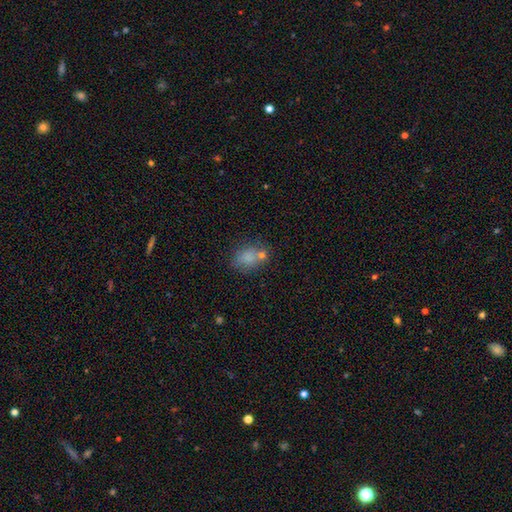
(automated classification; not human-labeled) A smooth galaxy with no disk features (75%) that is in between round and cigar-shaped (58%). Merging: none (56%).